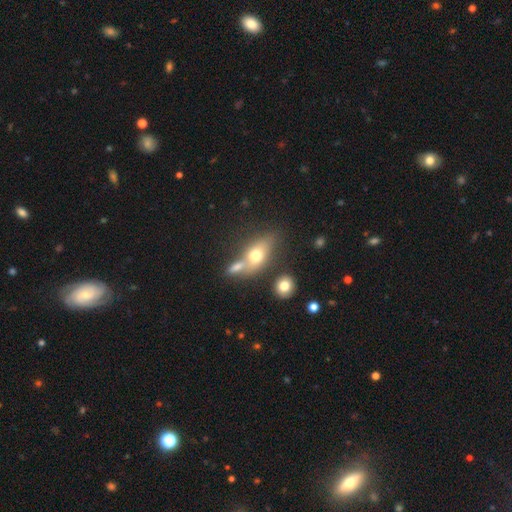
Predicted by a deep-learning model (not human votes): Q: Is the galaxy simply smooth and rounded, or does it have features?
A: smooth — 67%.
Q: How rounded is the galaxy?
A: in between — 73%.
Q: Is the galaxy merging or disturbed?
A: none — 43%.